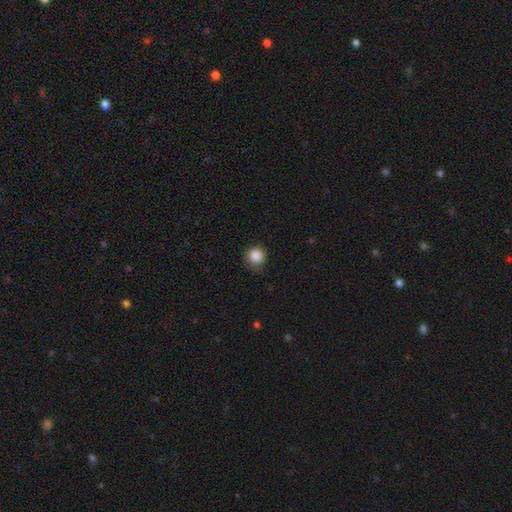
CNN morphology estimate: This is clearly a smooth galaxy (87%). How rounded: clearly round (91%). Merging: likely none (77%).